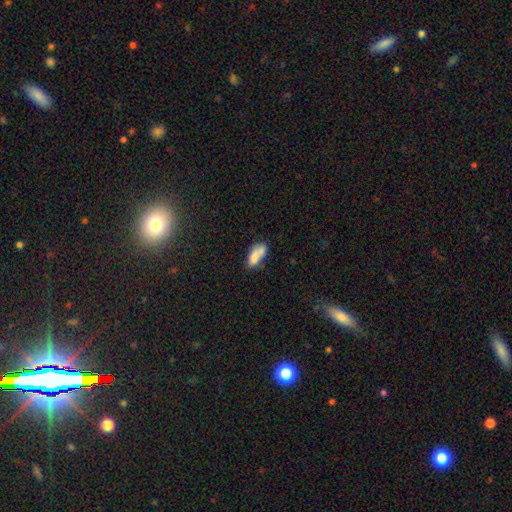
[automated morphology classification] Smooth or featured?
  - smooth: 76% *
  - featured or disk: 16%
  - star or artifact: 9%
How rounded?
  - in between: 81% *
  - cigar-shaped: 16%
  - round: 4%
Merging?
  - none: 37% *
  - merger: 33%
  - minor disturbance: 22%
  - major disturbance: 9%